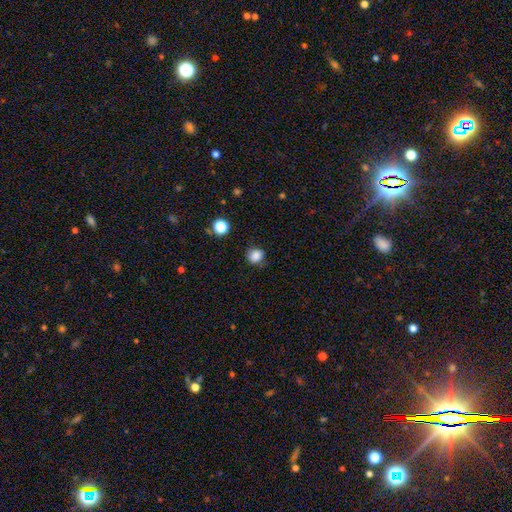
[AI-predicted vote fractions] smooth_or_featured: smooth (p=0.85) [alt: star or artifact p=0.11]
how_rounded: round (p=0.80) [alt: in between p=0.19]
merging: none (p=0.80) [alt: minor disturbance p=0.14]